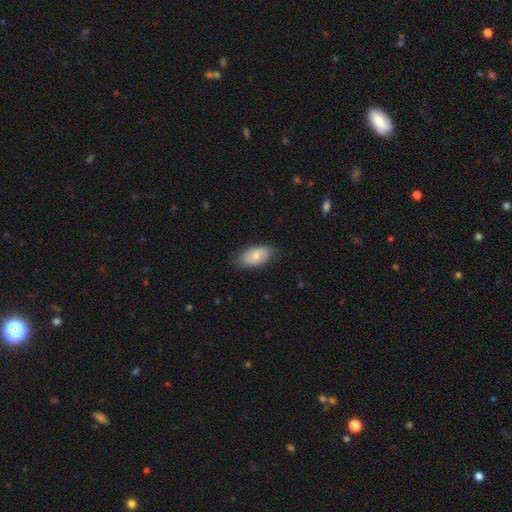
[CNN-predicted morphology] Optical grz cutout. It shows a smooth galaxy with no disk features (67%) that is in between round and cigar-shaped (93%). Merging: none (78%).